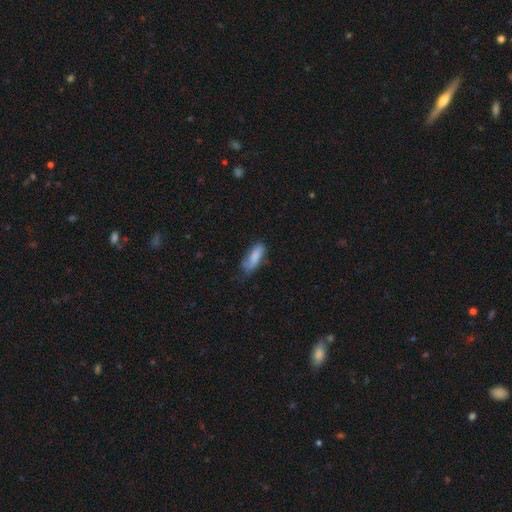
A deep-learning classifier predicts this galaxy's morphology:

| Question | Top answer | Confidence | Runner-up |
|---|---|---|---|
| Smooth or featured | smooth | 77% | featured or disk (16%) |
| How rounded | in between | 72% | cigar-shaped (26%) |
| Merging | none | 51% | minor disturbance (34%) |